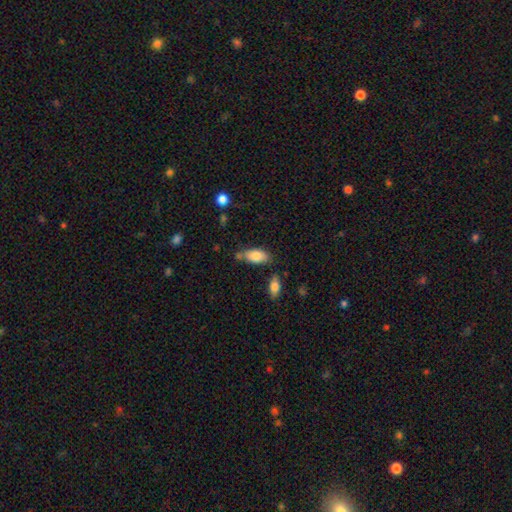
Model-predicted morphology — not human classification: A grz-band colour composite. It shows a smooth galaxy with no disk features (81%) that is in between round and cigar-shaped (89%). Merging: none (61%).